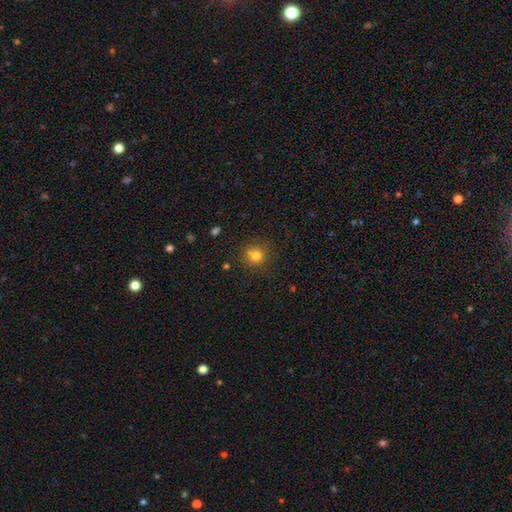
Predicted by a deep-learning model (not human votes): Morphology: type=smooth (77%); roundness=round (87%); merging=none (71%).